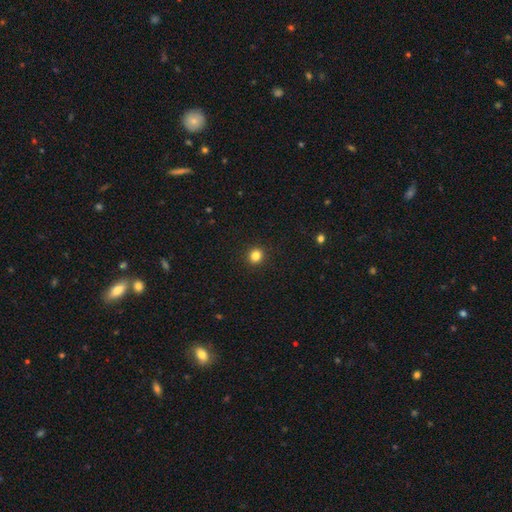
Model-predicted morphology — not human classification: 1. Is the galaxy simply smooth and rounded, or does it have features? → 83% smooth, 12% star or artifact, 4% featured or disk.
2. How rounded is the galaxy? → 88% round, 11% in between, 1% cigar-shaped.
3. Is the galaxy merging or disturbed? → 93% none, 5% minor disturbance, 2% major disturbance, 1% merger.